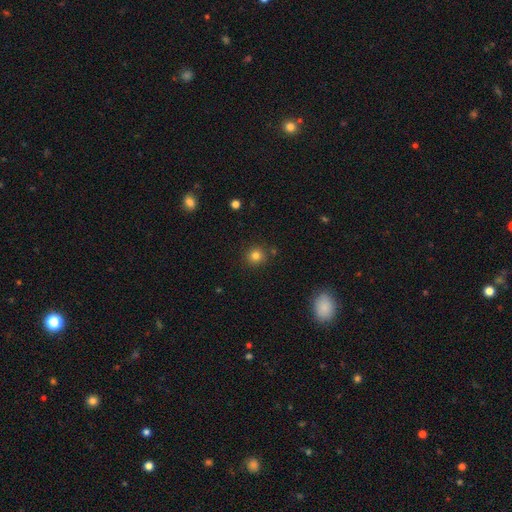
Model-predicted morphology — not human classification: This appears to be a smooth galaxy with no disk features (81%) that is round (92%). Merging: none (87%).